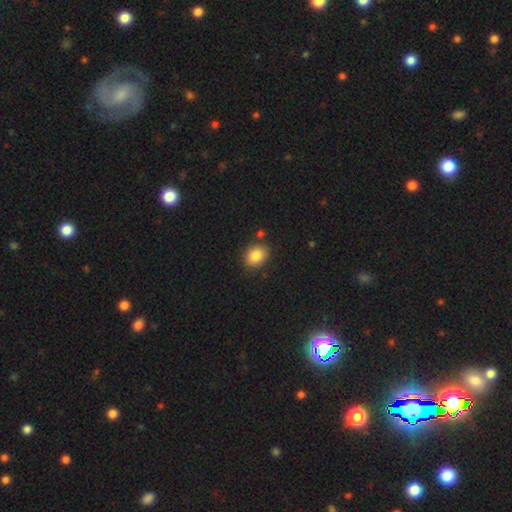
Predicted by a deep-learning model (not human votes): A smooth galaxy with no disk features (85%) that is in between round and cigar-shaped (50%).

Vote fractions:
- Smooth or featured? smooth: 85% / star or artifact: 9% / featured or disk: 6%
- How rounded? in between: 50% / round: 49% / cigar-shaped: 1%
- Merging? none: 80% / minor disturbance: 13% / merger: 4% / major disturbance: 3%